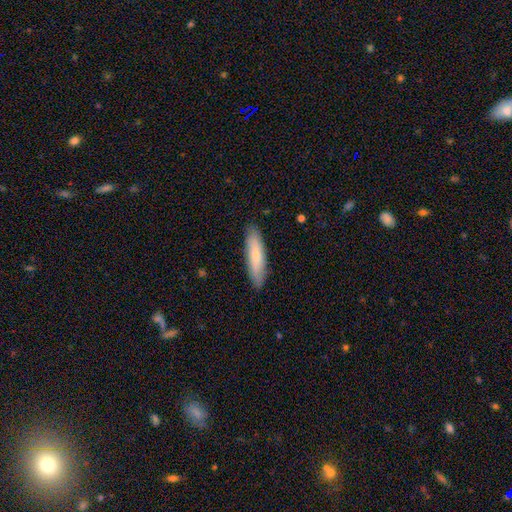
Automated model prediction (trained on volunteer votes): A smooth galaxy with no disk features (71%) that is cigar-shaped (75%).

Vote fractions:
- Smooth or featured? smooth: 71% / featured or disk: 23% / star or artifact: 5%
- How rounded? cigar-shaped: 75% / in between: 23% / round: 1%
- Merging? none: 87% / minor disturbance: 10% / major disturbance: 2% / merger: 1%